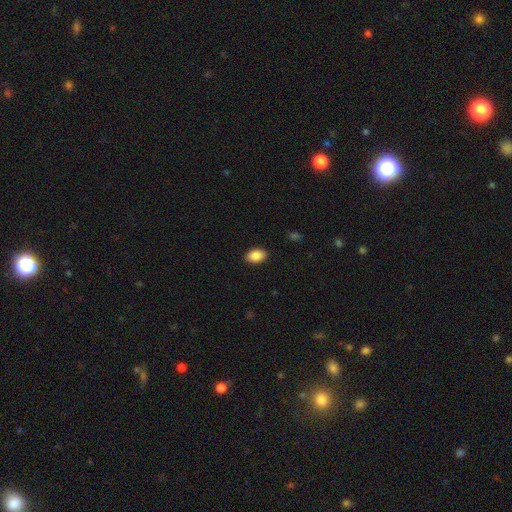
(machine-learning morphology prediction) This is clearly a smooth galaxy (89%). How rounded: clearly in between (87%). Merging: clearly none (90%).